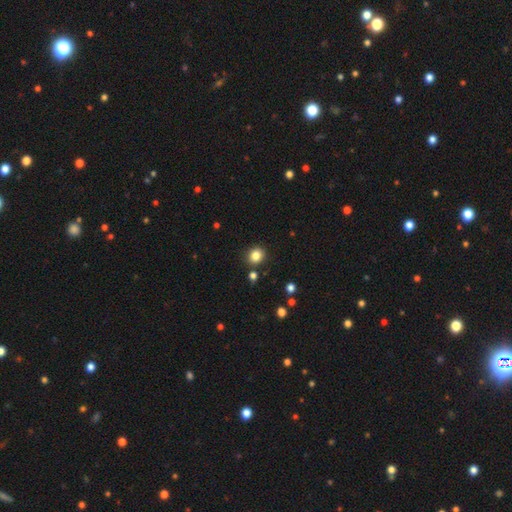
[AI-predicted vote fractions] Overall: smooth (83%). How rounded: round (77%). Merging: none (87%).